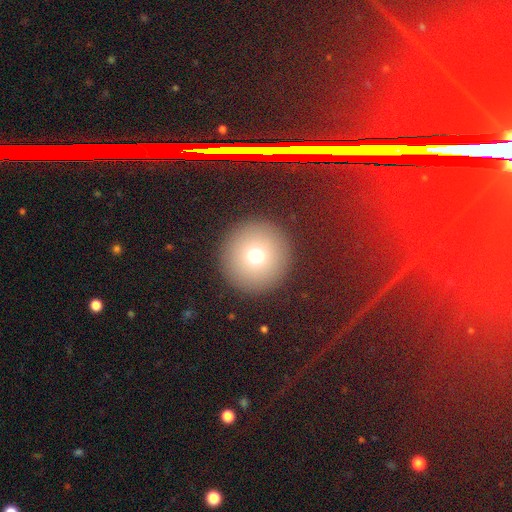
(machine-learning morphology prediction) Overall: smooth (72%). How rounded: round (95%). Merging: none (89%).